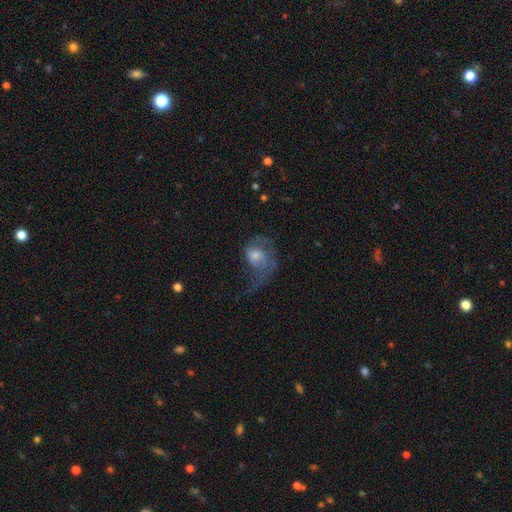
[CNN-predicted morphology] featured or disk 61%, smooth 29%, star or artifact 10%. Down the decision tree: edge-on disk — no (97%); bar — no (67%); spiral arms — yes (79%); bulge size — moderate (48%); merging — major disturbance (53%).